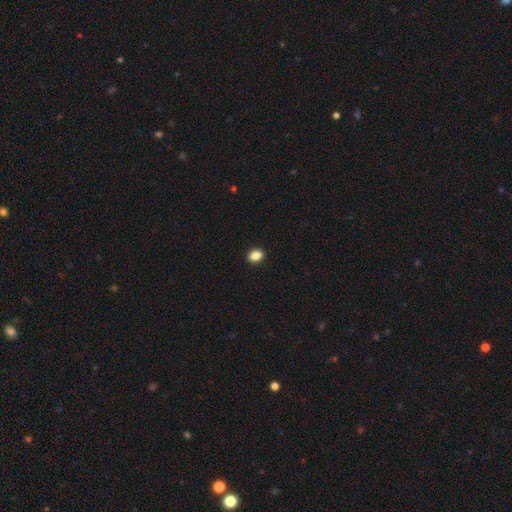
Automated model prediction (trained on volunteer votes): Smooth or featured? Predicted: smooth (p=0.88). How rounded? Predicted: in between (p=0.69). Merging? Predicted: none (p=0.91).